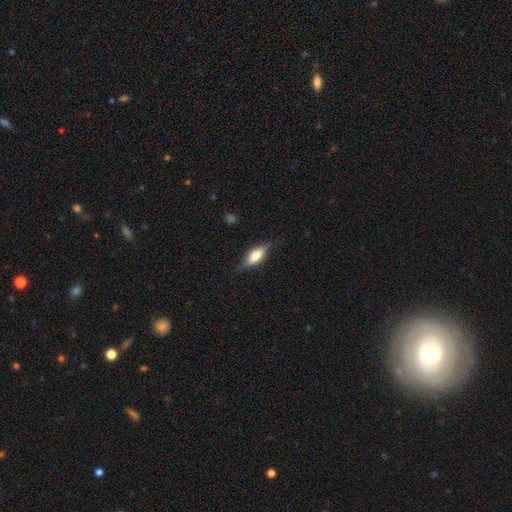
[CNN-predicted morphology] The model was most divided on "smooth or featured": smooth: 52%, featured or disk: 41%, star or artifact: 7%. More confident: merging — none (73%); how rounded — in between (68%).